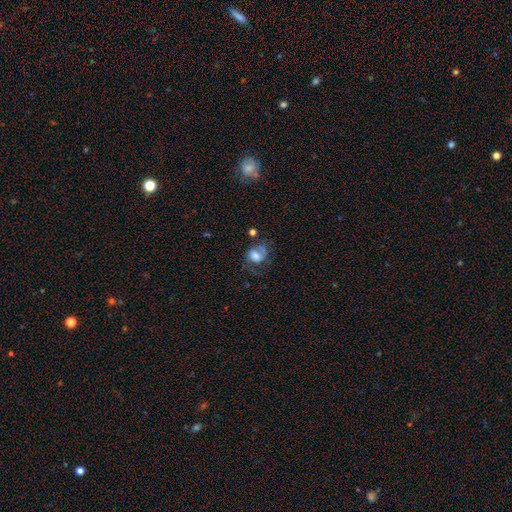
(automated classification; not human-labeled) Smooth or featured: smooth — 50% (featured or disk — 40%)
Merging: none — 36% (major disturbance — 35%)